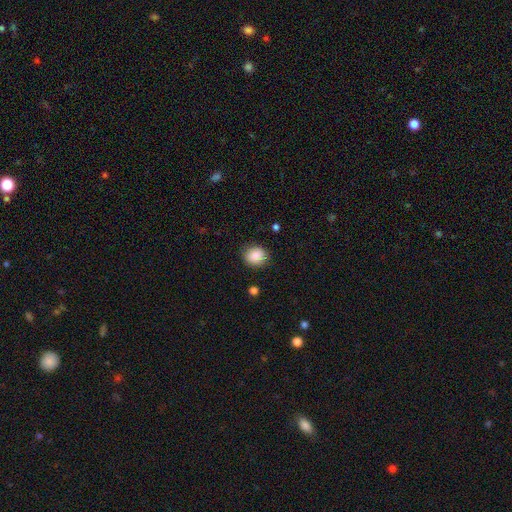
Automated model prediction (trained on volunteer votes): A smooth galaxy with no disk features (88%) that is round (73%). Merging: none (87%).